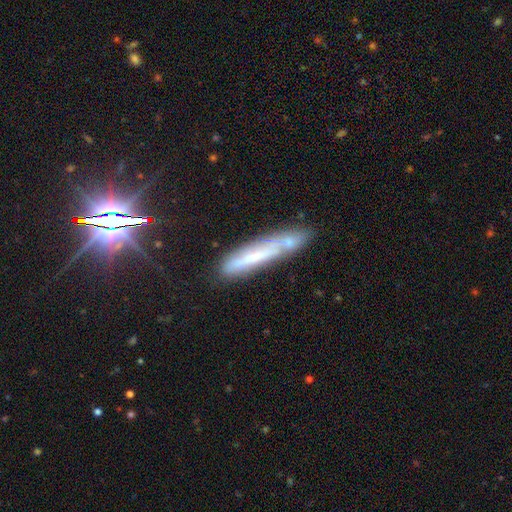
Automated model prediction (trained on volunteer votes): Overall: featured or disk (44%; smooth 42%). Merging: none (57%; minor disturbance 22%).